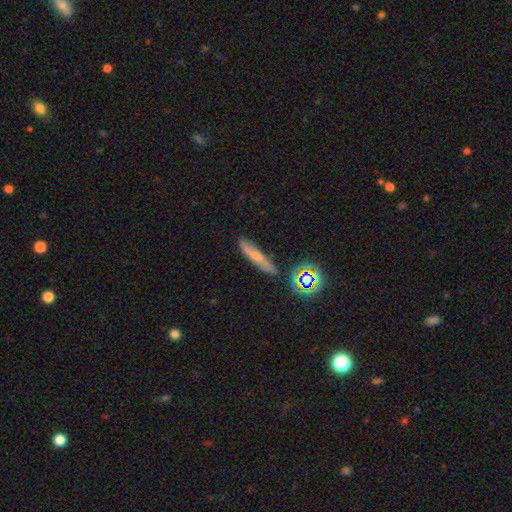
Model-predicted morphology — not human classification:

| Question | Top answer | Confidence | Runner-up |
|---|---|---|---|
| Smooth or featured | smooth | 51% | featured or disk (33%) |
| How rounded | cigar-shaped | 81% | in between (12%) |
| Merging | none | 78% | minor disturbance (14%) |